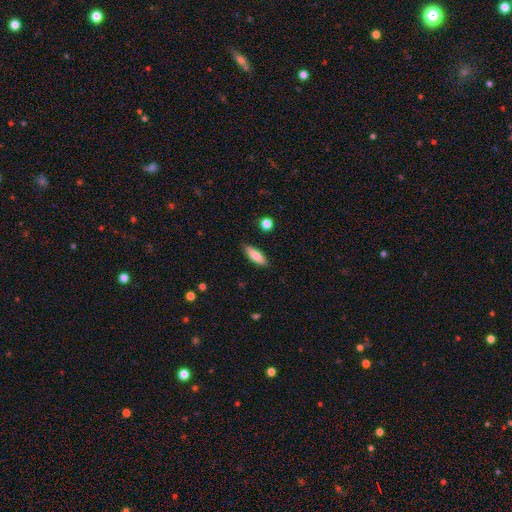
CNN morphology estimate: The model was most divided on "how rounded": in between: 56%, cigar-shaped: 42%, round: 2%. More confident: merging — none (87%); smooth or featured — smooth (80%).